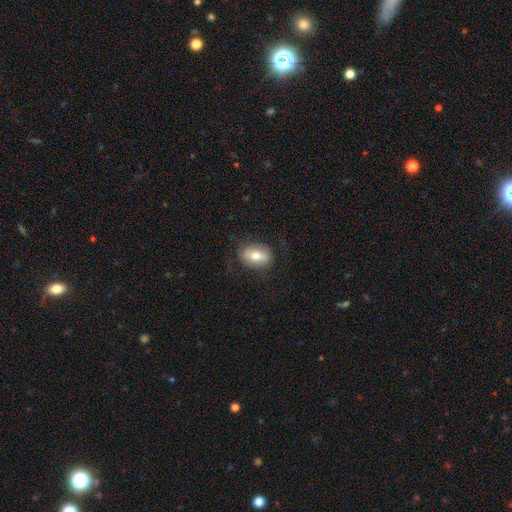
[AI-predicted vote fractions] Q: Smooth or featured?
A: smooth (65%); runner-up: featured or disk (27%)
Q: How rounded?
A: in between (73%); runner-up: round (26%)
Q: Merging?
A: none (78%); runner-up: minor disturbance (15%)